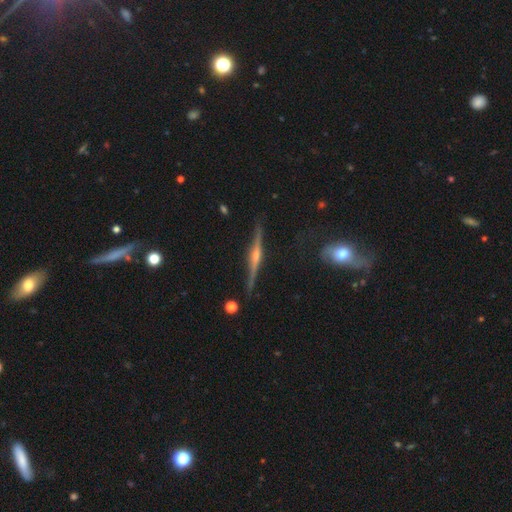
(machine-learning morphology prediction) Smooth or featured? featured or disk (82%)
Edge-on disk? yes (98%)
Edge-on bulge? rounded (74%)
Merging? none (86%)